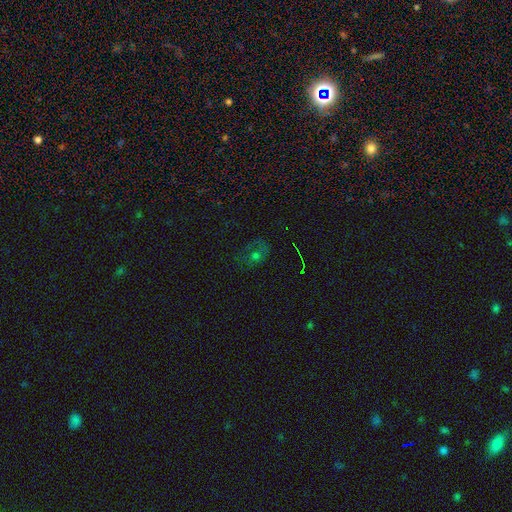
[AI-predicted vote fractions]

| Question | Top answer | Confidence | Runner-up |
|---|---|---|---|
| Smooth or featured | star or artifact | 35% | tied: featured or disk (35%) |